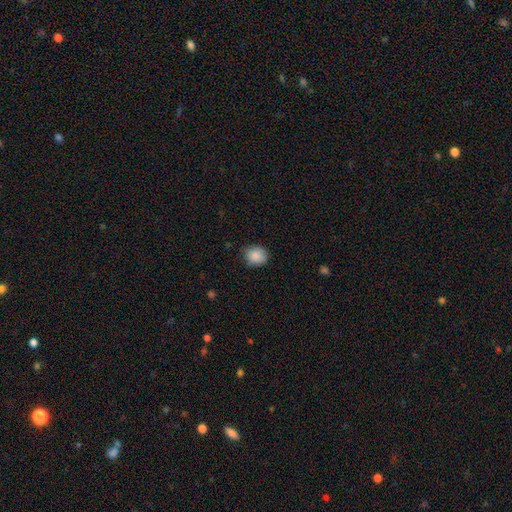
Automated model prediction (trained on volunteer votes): smooth_or_featured: smooth (p=0.88) [alt: star or artifact p=0.08]
how_rounded: round (p=0.66) [alt: in between p=0.33]
merging: none (p=0.79) [alt: minor disturbance p=0.17]